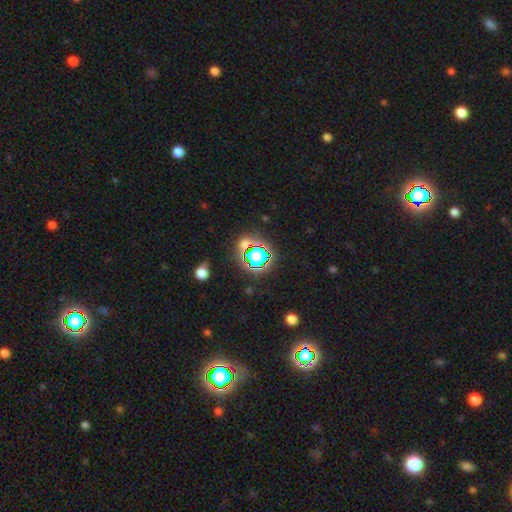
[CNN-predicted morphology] Overall: star or artifact (60%; smooth 29%).